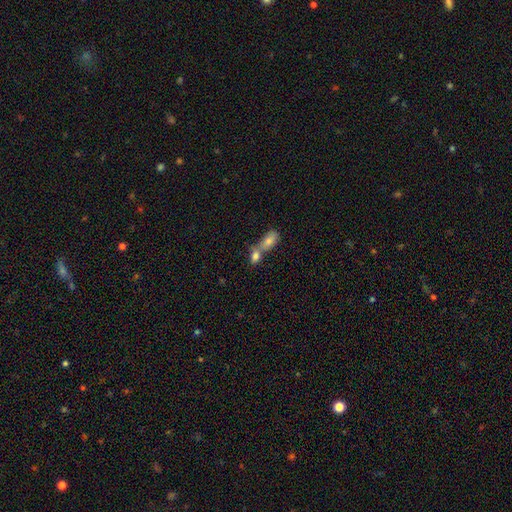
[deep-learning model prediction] smooth-or-featured: smooth: 78% | featured or disk: 14% | star or artifact: 9%
  how-rounded: in between: 74% | round: 19% | cigar-shaped: 7%
  merging: merger: 69% | none: 22% | minor disturbance: 6% | major disturbance: 3%